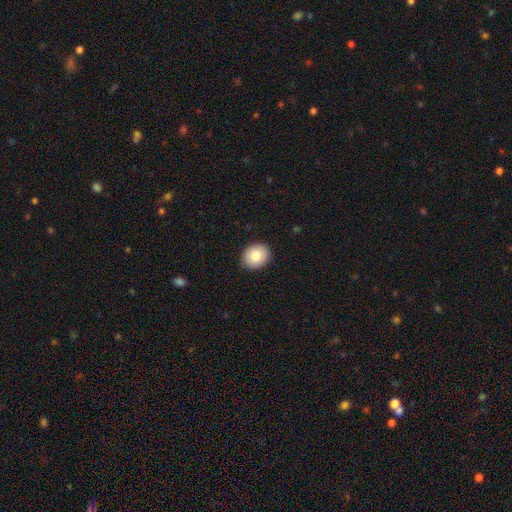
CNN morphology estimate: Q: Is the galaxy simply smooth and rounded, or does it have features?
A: smooth — 81%.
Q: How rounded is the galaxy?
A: round — 56%.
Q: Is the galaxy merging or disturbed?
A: none — 90%.